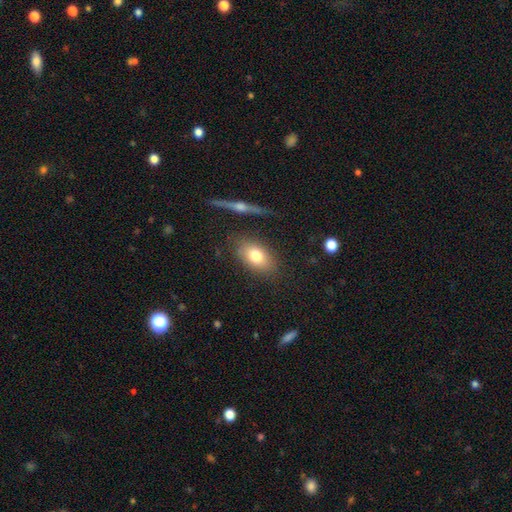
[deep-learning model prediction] Morphology: type=smooth (75%); roundness=in between (83%); merging=none (80%).